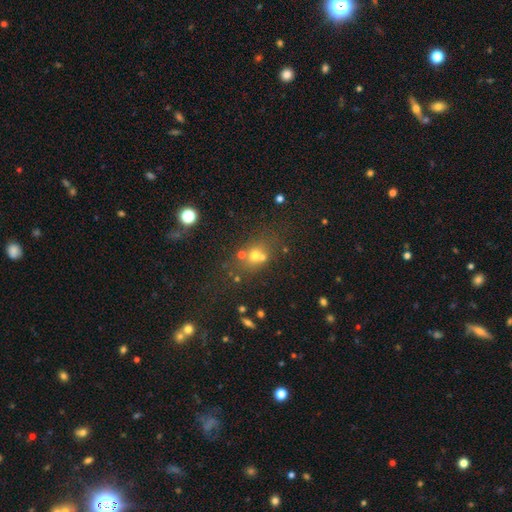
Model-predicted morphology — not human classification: The model was most divided on "merging": none: 49%, merger: 34%, minor disturbance: 11%, major disturbance: 6%. More confident: how rounded — round (66%); smooth or featured — smooth (57%).